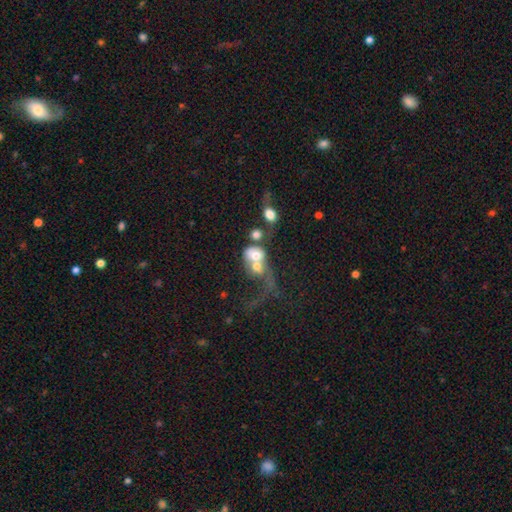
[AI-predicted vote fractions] Q: Smooth or featured?
A: smooth (51%); runner-up: featured or disk (38%)
Q: How rounded?
A: round (54%); runner-up: in between (44%)
Q: Merging?
A: merger (70%); runner-up: major disturbance (16%)